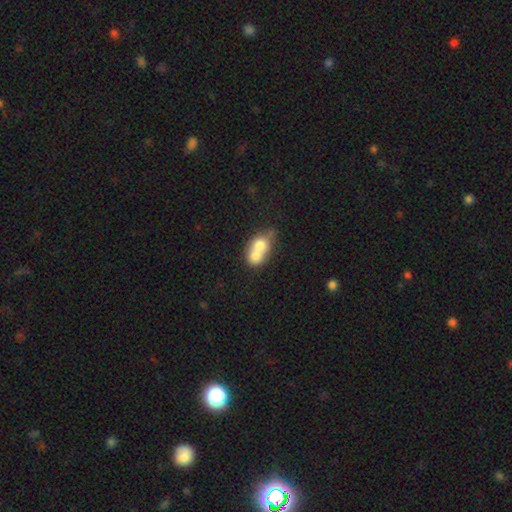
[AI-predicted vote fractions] smooth_or_featured: smooth (p=0.68) [alt: featured or disk p=0.24]
how_rounded: round (p=0.52) [alt: in between p=0.46]
merging: merger (p=0.76) [alt: none p=0.16]